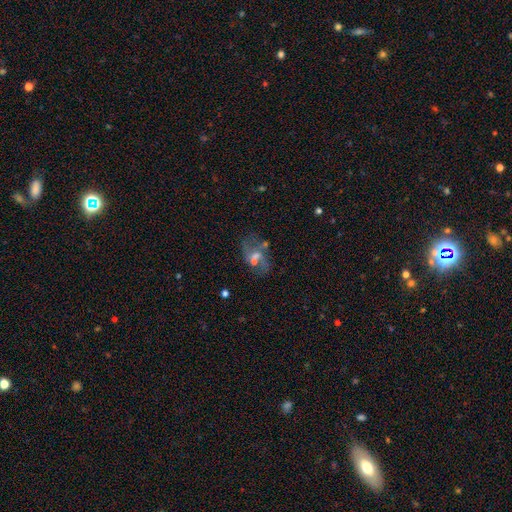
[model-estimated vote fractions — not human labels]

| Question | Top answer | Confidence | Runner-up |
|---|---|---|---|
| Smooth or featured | featured or disk | 61% | smooth (22%) |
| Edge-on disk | no | 95% | yes (5%) |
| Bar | no | 48% | weak (41%) |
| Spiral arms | yes | 64% | no (36%) |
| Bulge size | small | 39% | moderate (38%) |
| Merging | none | 49% | major disturbance (19%) |